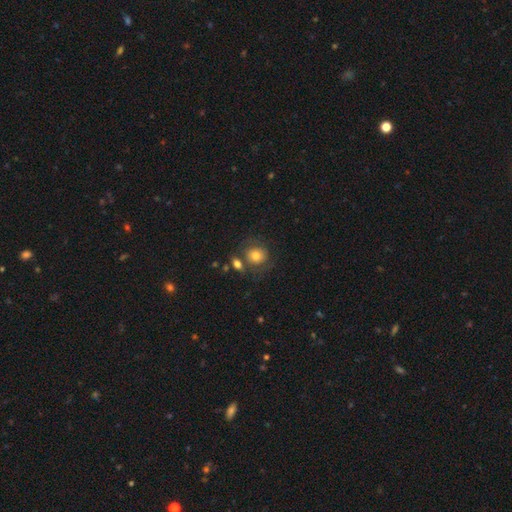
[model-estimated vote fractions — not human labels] smooth 73%, featured or disk 18%, star or artifact 9%. Down the decision tree: how rounded — round (79%); merging — none (61%).